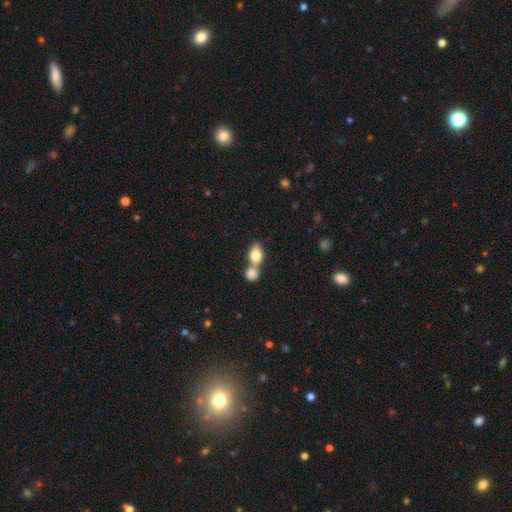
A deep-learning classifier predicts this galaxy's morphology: This appears to be a smooth galaxy with no disk features (79%) that is in between round and cigar-shaped (73%). Merging: merger (64%).